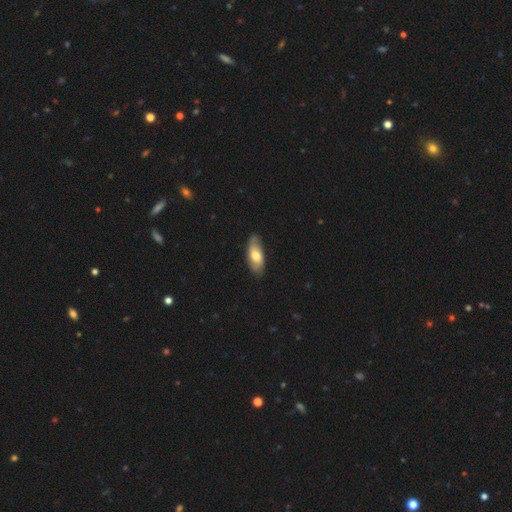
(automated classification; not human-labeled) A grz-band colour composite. It shows a smooth galaxy with no disk features (58%) that is in between round and cigar-shaped (85%). Merging: none (79%).